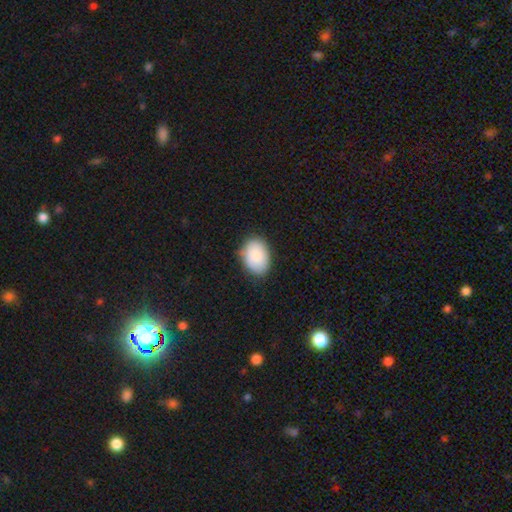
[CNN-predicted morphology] Smooth or featured?
  - smooth: 85% *
  - featured or disk: 8%
  - star or artifact: 7%
How rounded?
  - in between: 77% *
  - round: 22%
  - cigar-shaped: 1%
Merging?
  - none: 80% *
  - minor disturbance: 16%
  - major disturbance: 3%
  - merger: 1%